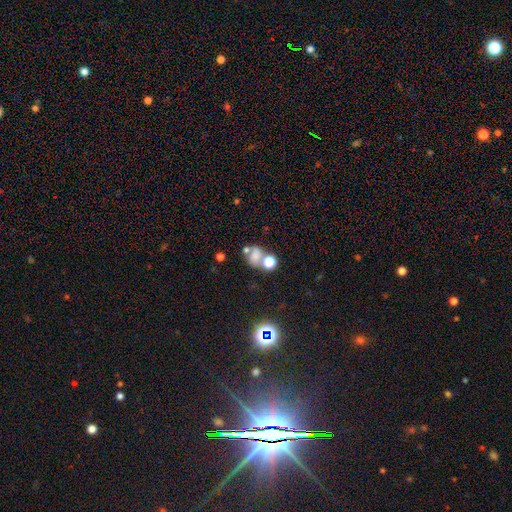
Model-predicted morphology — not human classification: type=smooth (62%); roundness=round (50%); merging=merger (41%).